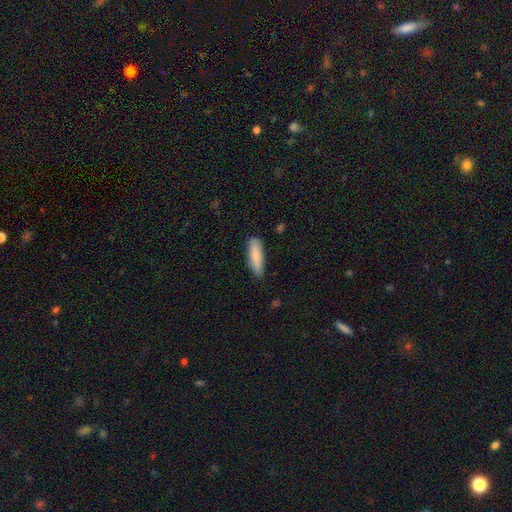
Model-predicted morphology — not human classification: Smooth or featured? Predicted: smooth (p=0.84). How rounded? Predicted: cigar-shaped (p=0.61). Merging? Predicted: none (p=0.82).